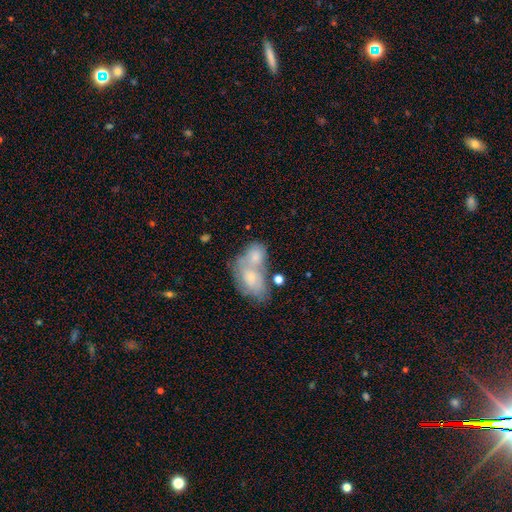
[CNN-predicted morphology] Q: Smooth or featured?
A: smooth (62%); runner-up: featured or disk (30%)
Q: How rounded?
A: in between (77%); runner-up: round (21%)
Q: Merging?
A: merger (65%); runner-up: none (20%)